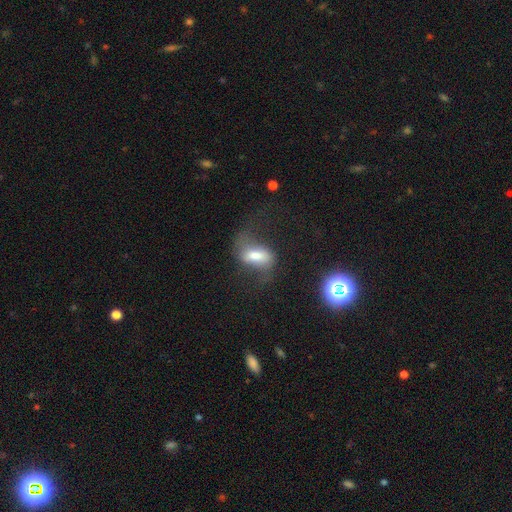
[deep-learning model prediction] A smooth galaxy with no disk features (47%).

Vote fractions:
- Smooth or featured? smooth: 47% / featured or disk: 44% / star or artifact: 9%
- Merging? none: 44% / major disturbance: 33% / minor disturbance: 20% / merger: 4%